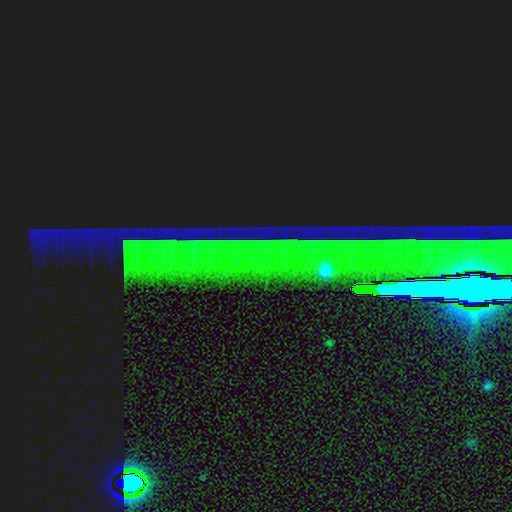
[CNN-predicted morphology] smooth_or_featured: star or artifact (p=0.83) [alt: featured or disk p=0.09]